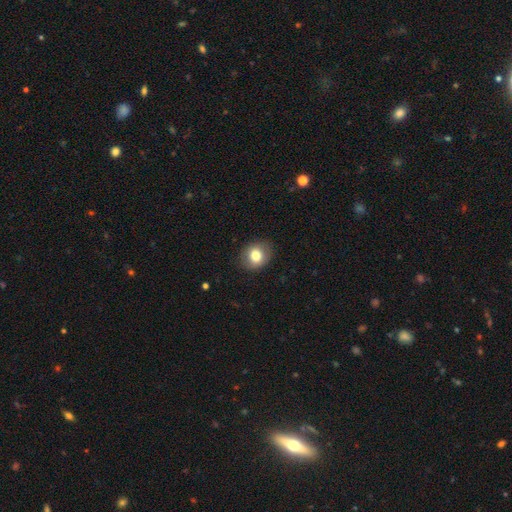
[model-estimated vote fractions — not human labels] The model was most divided on "how rounded": round: 60%, in between: 39%, cigar-shaped: 1%. More confident: merging — none (86%); smooth or featured — smooth (78%).